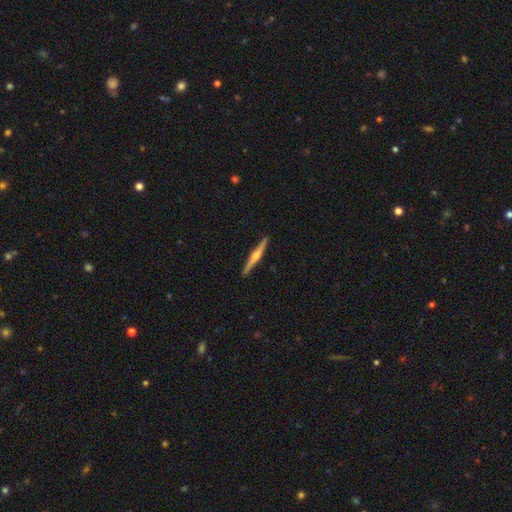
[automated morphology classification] Smooth or featured: featured or disk — 70% (smooth — 25%)
Edge-on disk: yes — 98% (no — 2%)
Edge-on bulge: rounded — 84% (boxy — 8%)
Merging: none — 92% (minor disturbance — 6%)